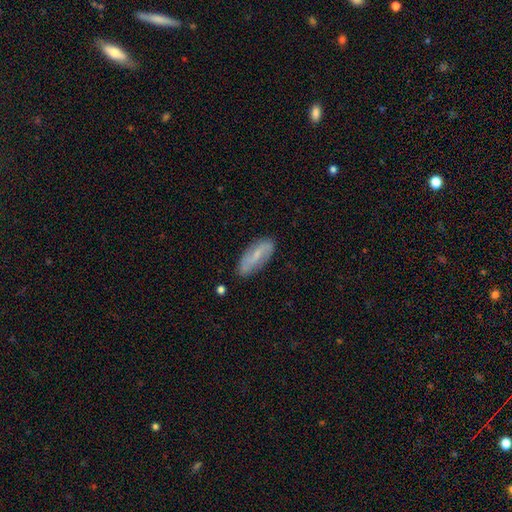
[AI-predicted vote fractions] This appears to be a featured or disk galaxy (49%). Merging: none (78%).